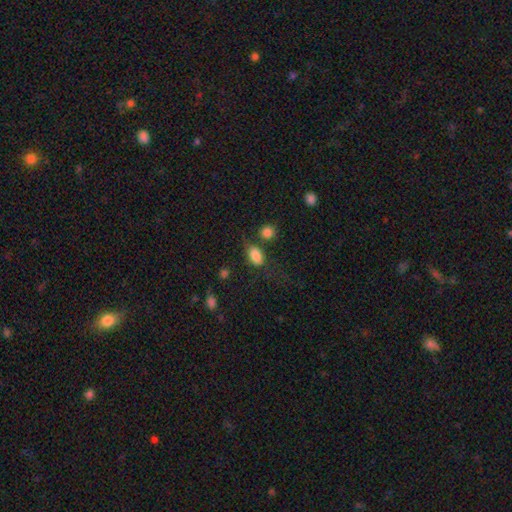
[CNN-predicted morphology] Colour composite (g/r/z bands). It shows a smooth galaxy with no disk features (84%) that is in between round and cigar-shaped (84%). Merging: none (50%).